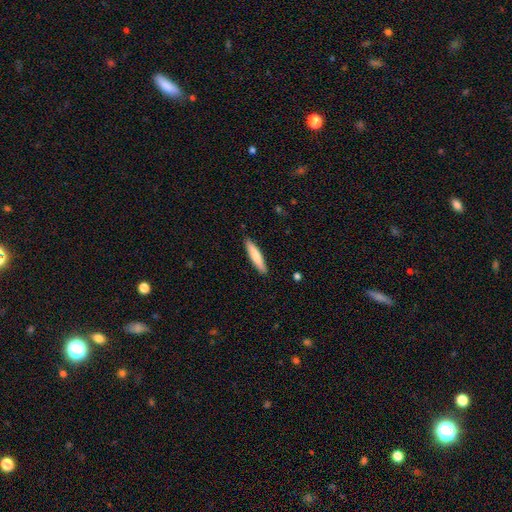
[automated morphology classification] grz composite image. It shows a smooth galaxy with no disk features (77%) that is cigar-shaped (86%). Merging: none (90%).